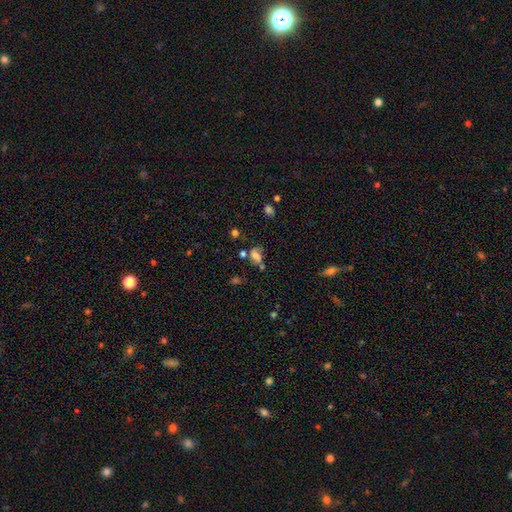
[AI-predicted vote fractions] This is possibly a smooth galaxy (60%). How rounded: likely in between (76%). Merging: marginally none (43%).